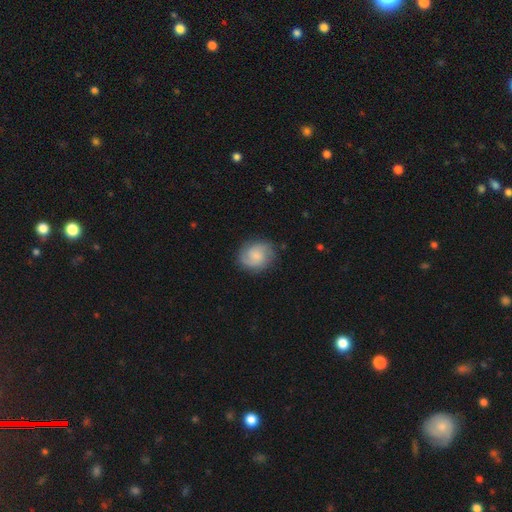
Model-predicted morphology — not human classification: smooth-or-featured: featured or disk: 51% | smooth: 41% | star or artifact: 8%
  disk-edge-on: no: 98% | yes: 2%
    bar: no: 62% | weak: 34% | strong: 4%
    has-spiral-arms: yes: 92% | no: 8%
    bulge-size: small: 46% | moderate: 28% | none: 18% | large: 6% | dominant: 2%
  merging: none: 79% | minor disturbance: 15% | major disturbance: 5% | merger: 1%